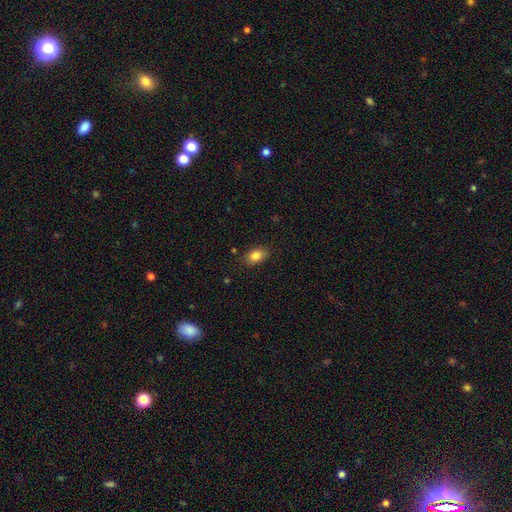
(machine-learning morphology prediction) type=smooth (83%); roundness=in between (82%); merging=none (84%).